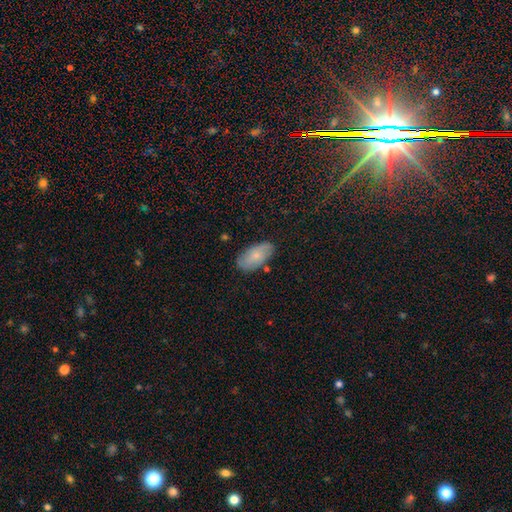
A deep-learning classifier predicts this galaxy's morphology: This appears to be a smooth galaxy with no disk features (70%) that is in between round and cigar-shaped (93%). Merging: none (80%).